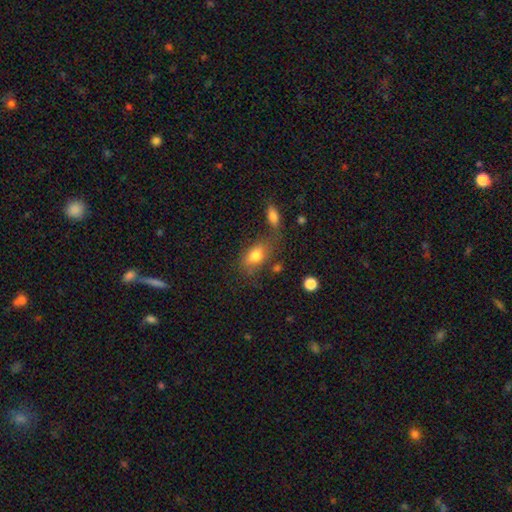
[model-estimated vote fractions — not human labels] Overall: smooth (78%). How rounded: in between (85%). Merging: none (54%; minor disturbance 20%).